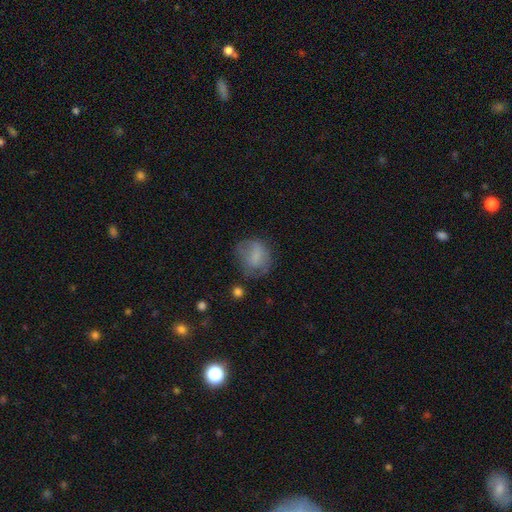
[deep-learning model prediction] The model was most divided on "how rounded": round: 60%, in between: 39%, cigar-shaped: 1%. More confident: smooth or featured — smooth (66%); merging — none (50%).